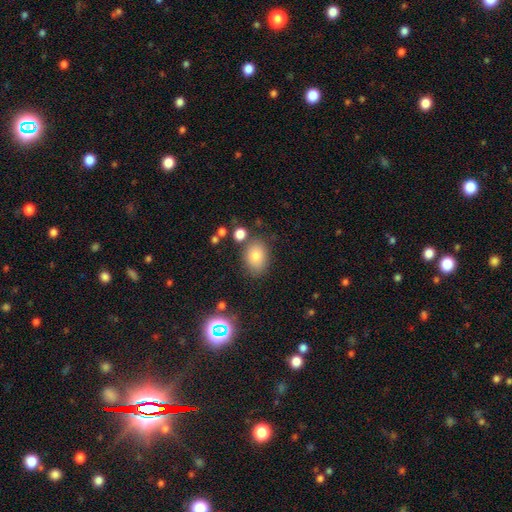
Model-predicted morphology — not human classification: This is likely a smooth galaxy (78%). How rounded: likely in between (69%). Merging: likely none (77%).